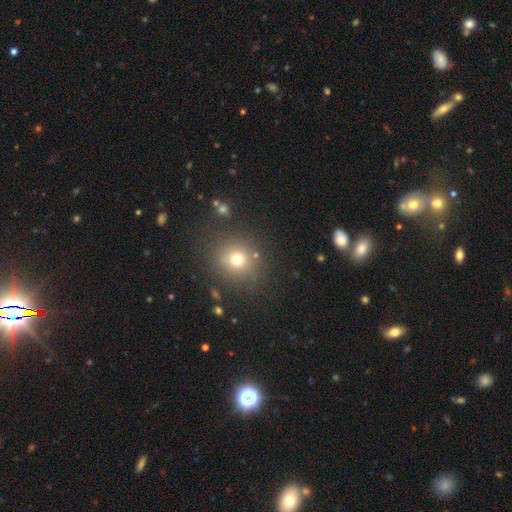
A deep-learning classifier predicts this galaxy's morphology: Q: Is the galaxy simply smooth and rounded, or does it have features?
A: smooth — 65%.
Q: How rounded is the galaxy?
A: round — 87%.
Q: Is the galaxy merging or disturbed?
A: none — 84%.